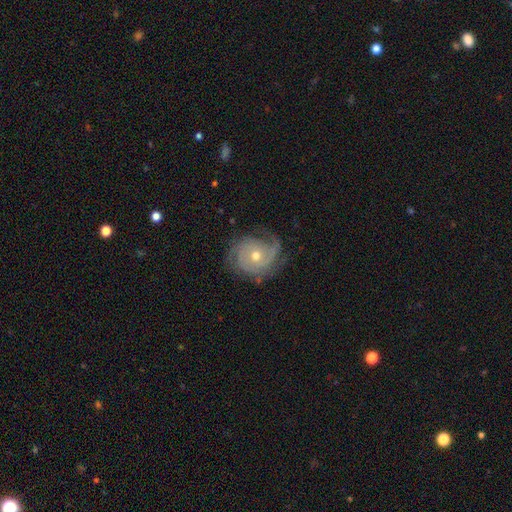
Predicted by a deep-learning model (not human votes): The model was most divided on "spiral arm count": 2: 31%, 3: 26%, can't tell: 23%, 1: 8%, 4: 7%, more than 4: 5%. More confident: edge-on disk — no (97%); spiral arms — yes (95%); smooth or featured — featured or disk (83%); bar — no (79%); merging — none (70%); spiral winding — tight (60%); bulge size — moderate (55%).